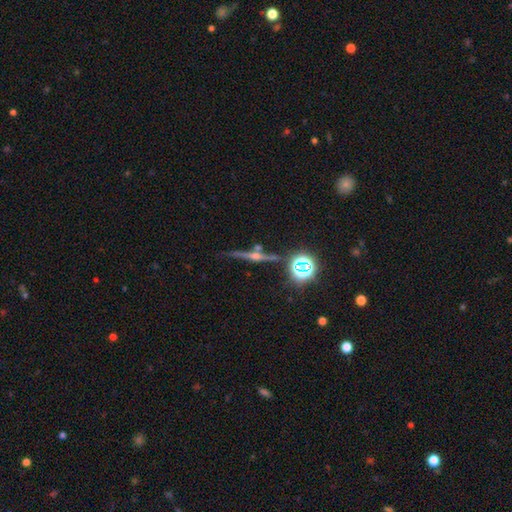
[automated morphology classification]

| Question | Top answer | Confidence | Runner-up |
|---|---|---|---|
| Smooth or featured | featured or disk | 71% | star or artifact (18%) |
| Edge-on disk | yes | 95% | no (5%) |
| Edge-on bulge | rounded | 92% | none (4%) |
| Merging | none | 80% | minor disturbance (10%) |